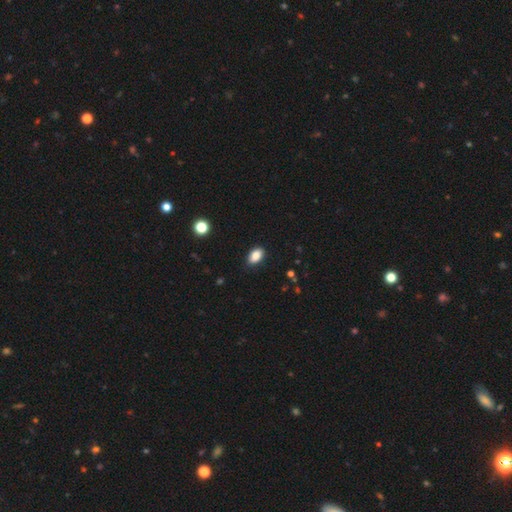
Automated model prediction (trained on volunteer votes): The model was most divided on "merging": none: 86%, minor disturbance: 11%, major disturbance: 2%, merger: 1%. More confident: how rounded — in between (91%); smooth or featured — smooth (87%).